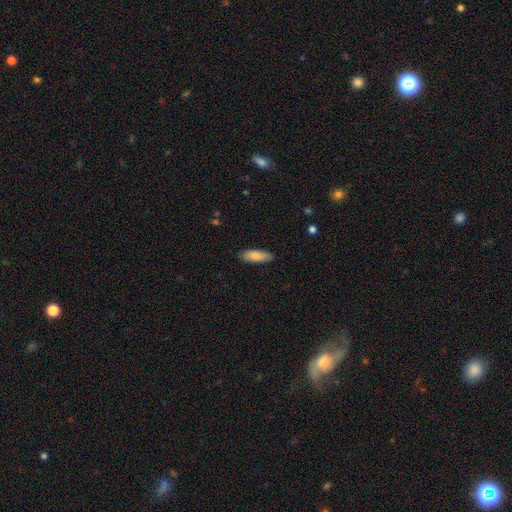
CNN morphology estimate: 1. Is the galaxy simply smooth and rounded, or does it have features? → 86% smooth, 9% featured or disk, 6% star or artifact.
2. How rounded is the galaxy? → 61% in between, 37% cigar-shaped, 2% round.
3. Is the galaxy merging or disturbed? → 88% none, 9% minor disturbance, 2% major disturbance, 1% merger.